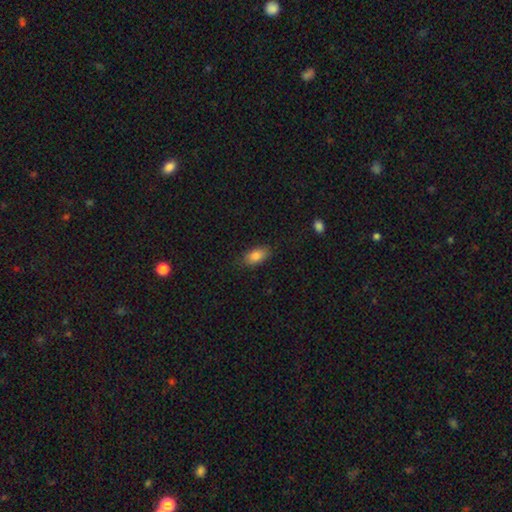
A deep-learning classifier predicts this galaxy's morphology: Overall: smooth (85%). How rounded: in between (90%). Merging: none (83%).